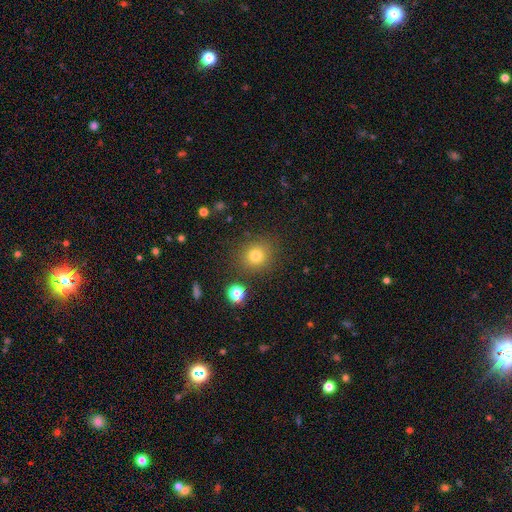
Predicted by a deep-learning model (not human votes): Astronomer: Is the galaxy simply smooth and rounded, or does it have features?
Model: smooth — 77%.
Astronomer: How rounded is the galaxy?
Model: round — 87%.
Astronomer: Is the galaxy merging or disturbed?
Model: none — 86%.